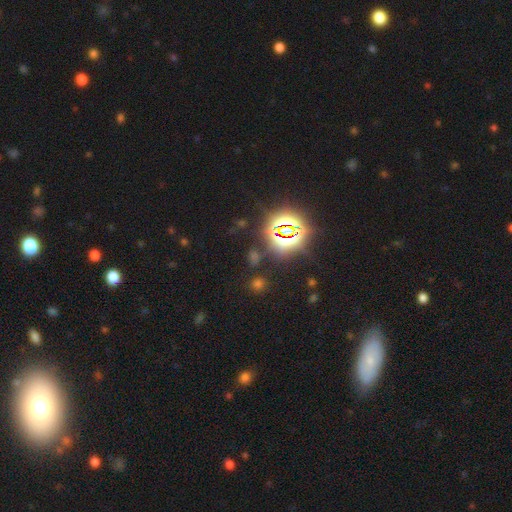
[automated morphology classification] smooth-or-featured: star or artifact: 68% | smooth: 25% | featured or disk: 7%